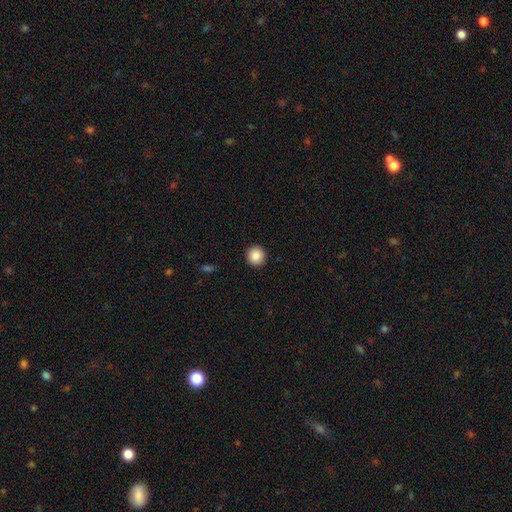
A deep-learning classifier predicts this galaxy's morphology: smooth_or_featured: smooth (p=0.88) [alt: star or artifact p=0.09]
how_rounded: round (p=0.94) [alt: in between p=0.05]
merging: none (p=0.93) [alt: minor disturbance p=0.05]